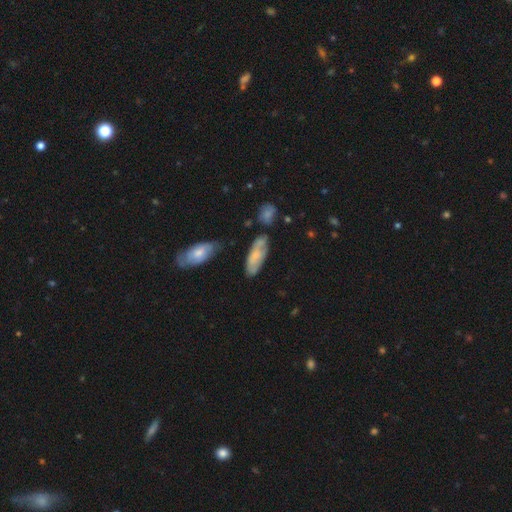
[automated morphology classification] Smooth or featured: smooth — 56% (featured or disk — 37%)
How rounded: in between — 71% (cigar-shaped — 26%)
Merging: none — 62% (minor disturbance — 23%)